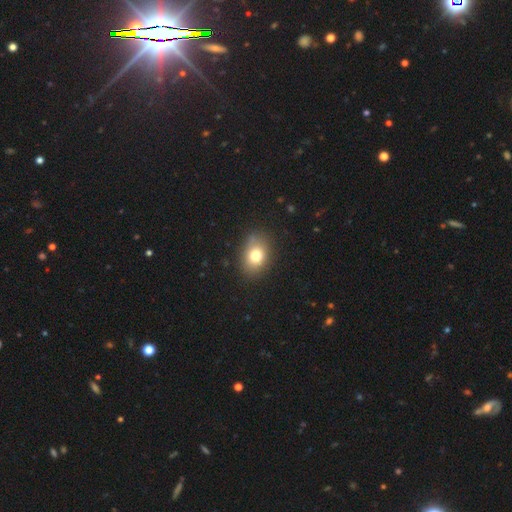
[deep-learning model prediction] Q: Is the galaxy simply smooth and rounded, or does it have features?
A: smooth — 76%.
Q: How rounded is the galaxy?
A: in between — 71%.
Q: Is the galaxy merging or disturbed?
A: none — 80%.